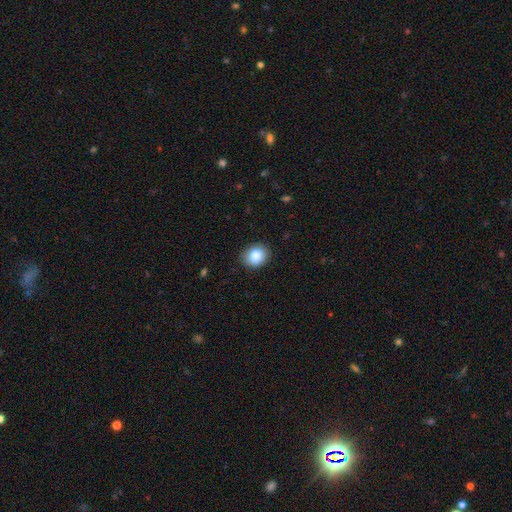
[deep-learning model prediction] smooth-or-featured: smooth: 85% | star or artifact: 9% | featured or disk: 7%
  how-rounded: round: 54% | in between: 45% | cigar-shaped: 1%
  merging: none: 87% | minor disturbance: 10% | major disturbance: 2% | merger: 1%